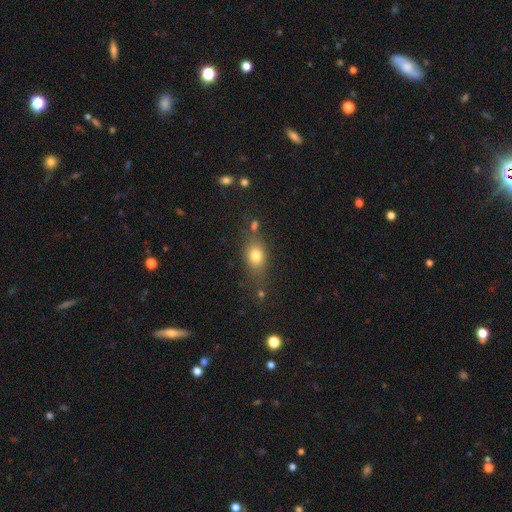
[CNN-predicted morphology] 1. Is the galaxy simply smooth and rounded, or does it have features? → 77% smooth, 12% featured or disk, 11% star or artifact.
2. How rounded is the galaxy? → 65% in between, 29% round, 5% cigar-shaped.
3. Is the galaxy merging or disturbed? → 64% none, 19% minor disturbance, 8% merger, 8% major disturbance.